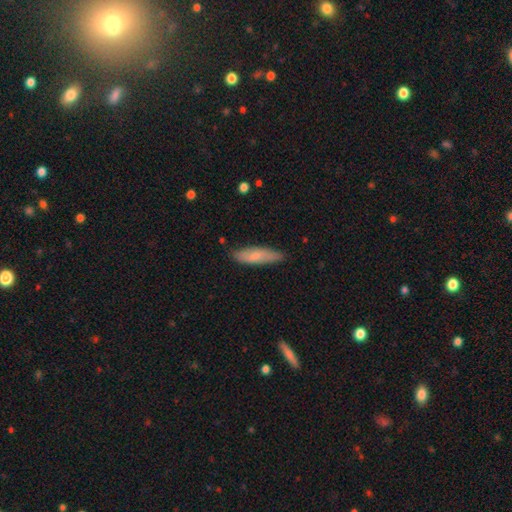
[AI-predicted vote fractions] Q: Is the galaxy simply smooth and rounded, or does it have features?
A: smooth — 72%.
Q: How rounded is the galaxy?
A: cigar-shaped — 67%.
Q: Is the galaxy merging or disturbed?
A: none — 81%.